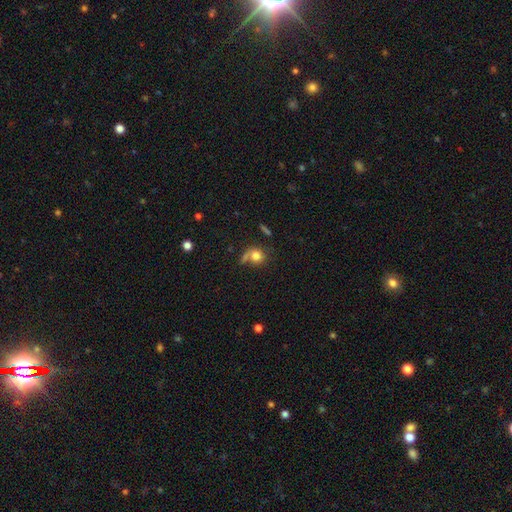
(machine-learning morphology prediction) Smooth or featured?
  - smooth: 76% *
  - featured or disk: 14%
  - star or artifact: 10%
How rounded?
  - round: 73% *
  - in between: 26%
  - cigar-shaped: 2%
Merging?
  - none: 48% *
  - merger: 21%
  - minor disturbance: 17%
  - major disturbance: 15%